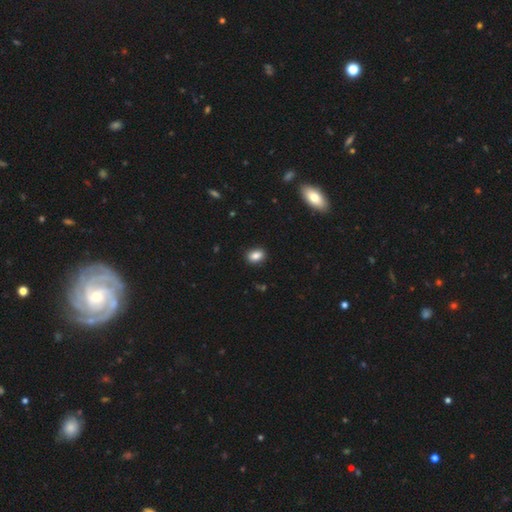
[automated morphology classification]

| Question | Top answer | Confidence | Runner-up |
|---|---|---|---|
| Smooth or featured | smooth | 86% | star or artifact (9%) |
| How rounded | in between | 75% | round (24%) |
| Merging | none | 89% | minor disturbance (8%) |